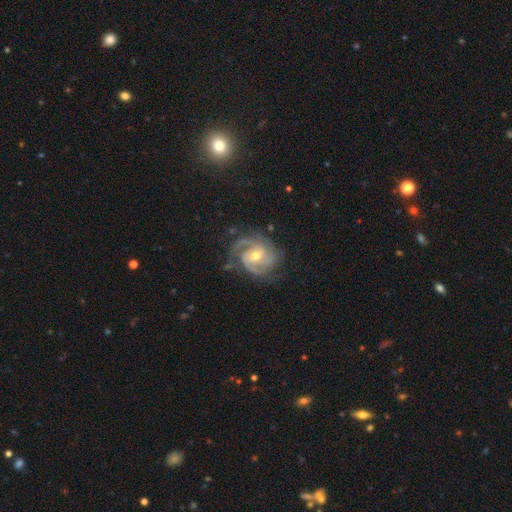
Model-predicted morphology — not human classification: type=featured or disk (91%); edge-on=no (98%); bar=no (46%); spiral arms=yes (98%); winding=tight (57%); arm count=3 (39%); bulge=moderate (61%); merging=none (70%).